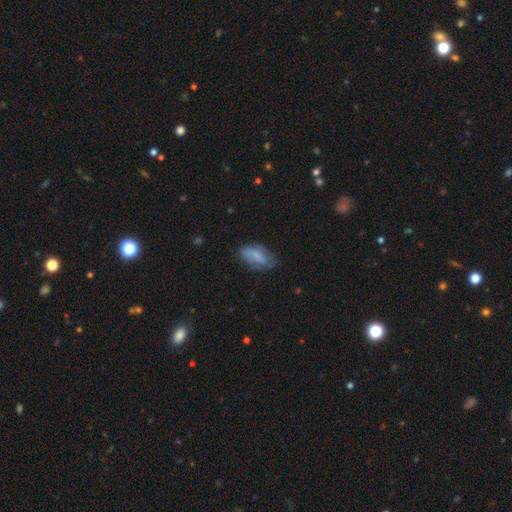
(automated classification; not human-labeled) This is likely a smooth galaxy (64%). How rounded: clearly in between (87%). Merging: possibly none (57%).